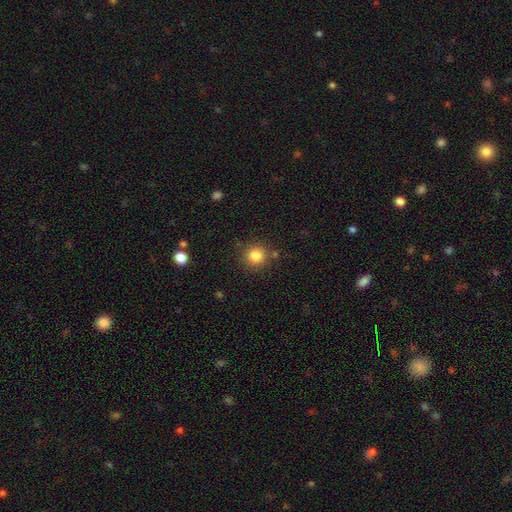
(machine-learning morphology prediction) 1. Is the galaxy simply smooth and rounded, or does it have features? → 83% smooth, 11% star or artifact, 6% featured or disk.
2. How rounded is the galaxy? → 92% round, 7% in between, 1% cigar-shaped.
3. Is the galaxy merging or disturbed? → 85% none, 8% minor disturbance, 4% merger, 3% major disturbance.